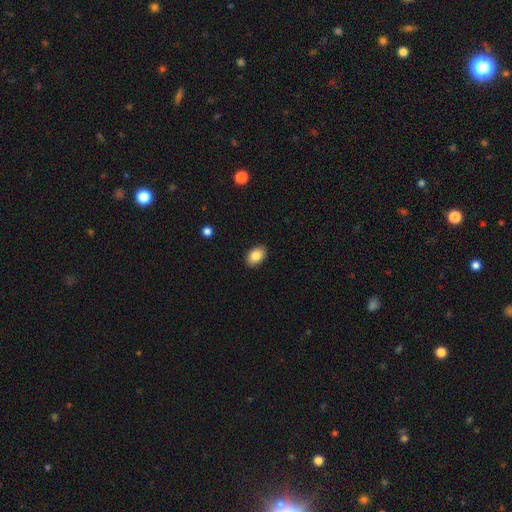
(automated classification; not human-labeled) Smooth or featured? smooth (86%)
How rounded? in between (85%)
Merging? none (88%)